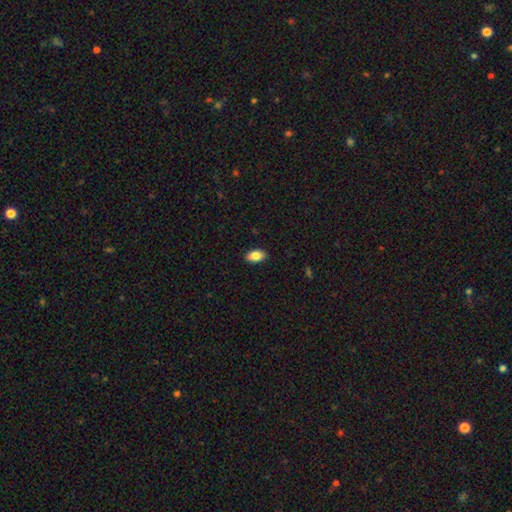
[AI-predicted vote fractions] smooth_or_featured: smooth (p=0.84) [alt: featured or disk p=0.09]
how_rounded: in between (p=0.92) [alt: round p=0.06]
merging: none (p=0.89) [alt: minor disturbance p=0.08]